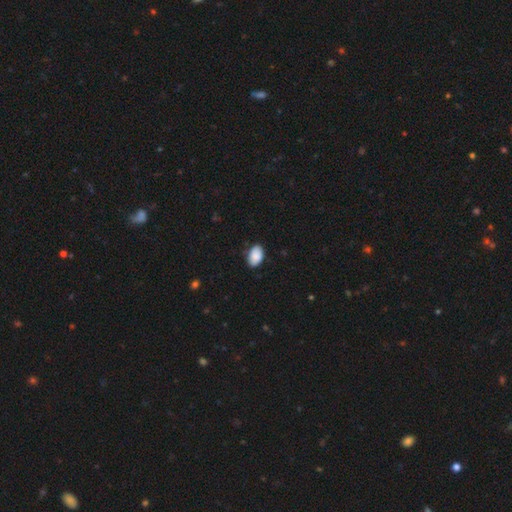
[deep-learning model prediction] This appears to be a smooth galaxy with no disk features (87%) that is in between round and cigar-shaped (92%). Merging: none (80%).